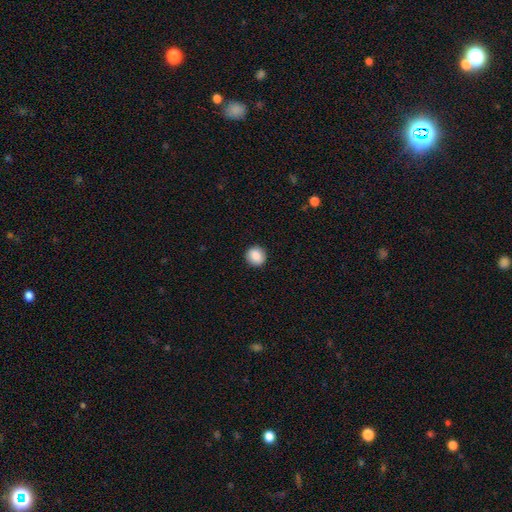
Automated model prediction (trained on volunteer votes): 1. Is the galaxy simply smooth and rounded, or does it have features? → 86% smooth, 8% star or artifact, 6% featured or disk.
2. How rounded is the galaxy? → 88% round, 11% in between, 1% cigar-shaped.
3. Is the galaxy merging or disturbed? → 91% none, 6% minor disturbance, 2% major disturbance, 1% merger.